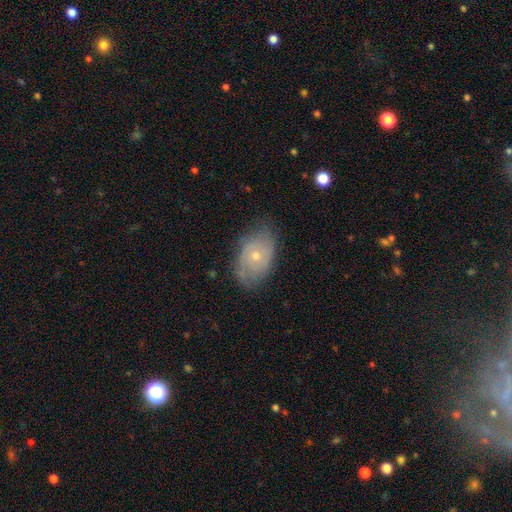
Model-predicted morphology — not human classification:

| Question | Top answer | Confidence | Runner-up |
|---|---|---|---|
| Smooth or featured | featured or disk | 65% | smooth (27%) |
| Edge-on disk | no | 95% | yes (5%) |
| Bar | no | 82% | weak (16%) |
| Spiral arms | yes | 81% | no (19%) |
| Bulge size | small | 60% | moderate (37%) |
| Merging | none | 71% | minor disturbance (22%) |